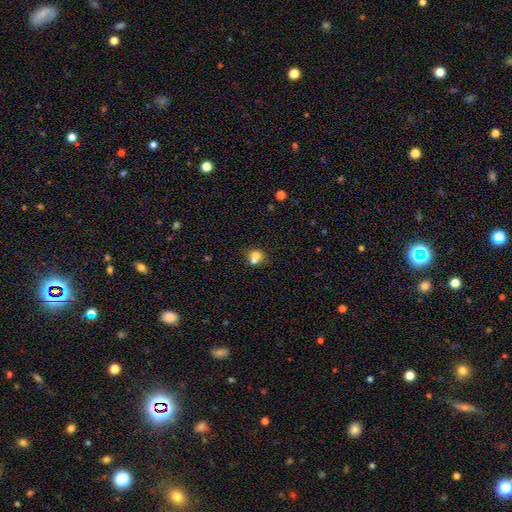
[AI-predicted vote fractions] This appears to be a smooth galaxy with no disk features (71%) that is round (66%). Merging: merger (51%).